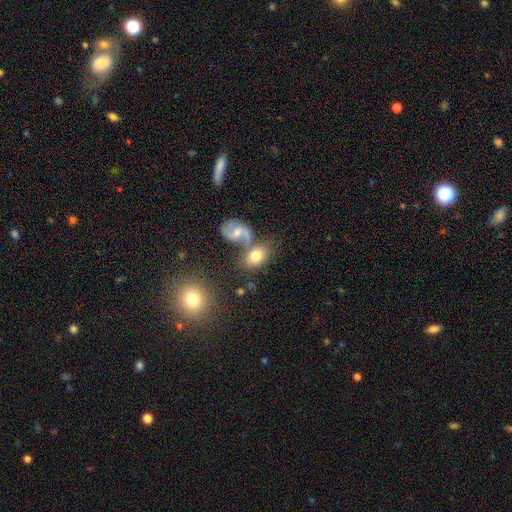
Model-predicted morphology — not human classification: Smooth or featured? smooth (67%)
How rounded? in between (77%)
Merging? none (43%)